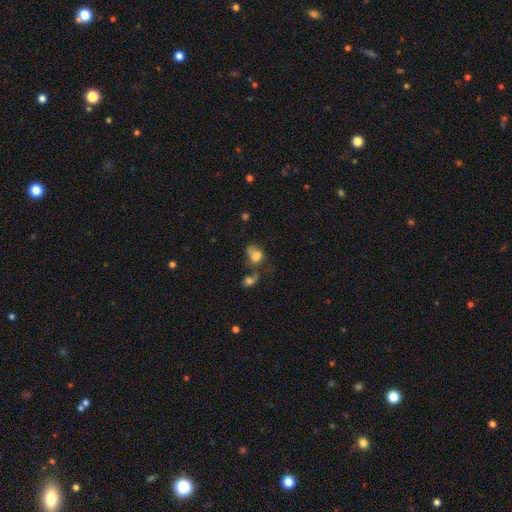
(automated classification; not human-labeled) Smooth or featured?
  - smooth: 74% *
  - featured or disk: 14%
  - star or artifact: 12%
How rounded?
  - in between: 53% *
  - round: 46%
  - cigar-shaped: 1%
Merging?
  - merger: 36% *
  - none: 26%
  - major disturbance: 20%
  - minor disturbance: 17%